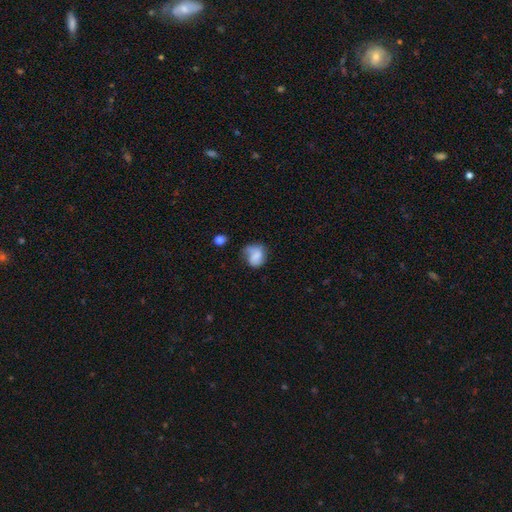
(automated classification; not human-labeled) smooth_or_featured: smooth (p=0.64) [alt: featured or disk p=0.27]
how_rounded: round (p=0.58) [alt: in between p=0.41]
merging: none (p=0.40) [alt: minor disturbance p=0.34]